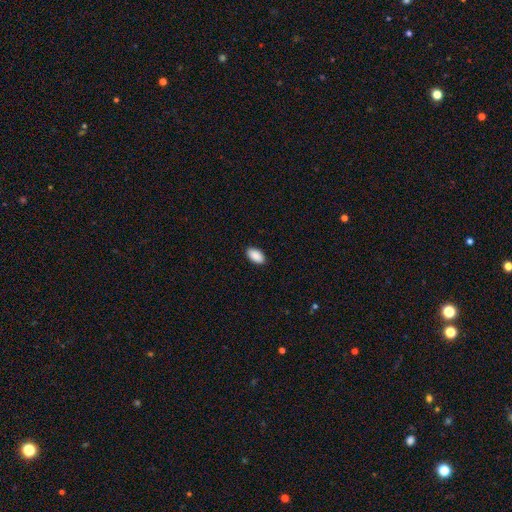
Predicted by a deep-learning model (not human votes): The model was most divided on "merging": none: 90%, minor disturbance: 7%, major disturbance: 2%, merger: 1%. More confident: how rounded — in between (95%); smooth or featured — smooth (91%).